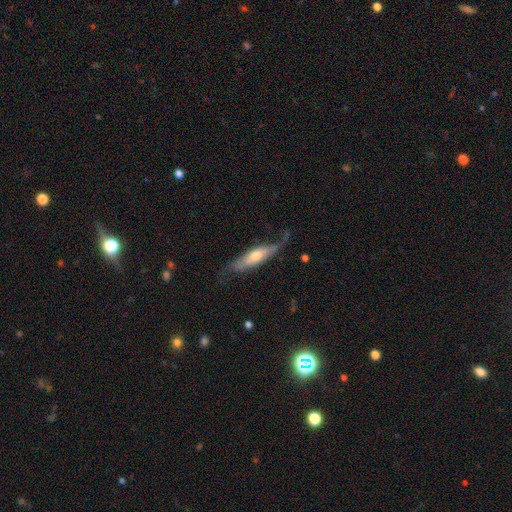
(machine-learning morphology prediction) Smooth or featured? Predicted: featured or disk (p=0.59). Edge-on disk? Predicted: yes (p=0.51). Merging? Predicted: none (p=0.52).